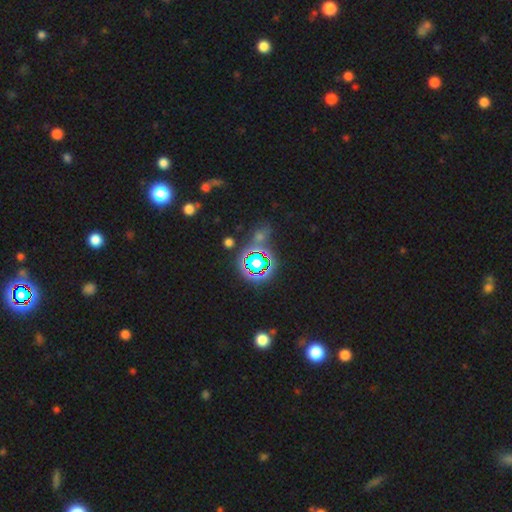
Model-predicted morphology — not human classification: Overall: star or artifact (63%; smooth 24%).